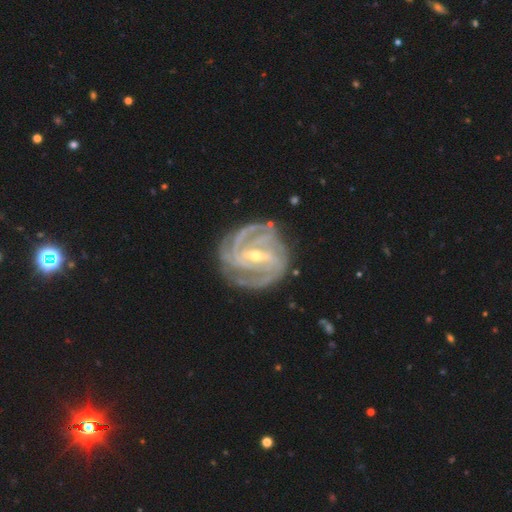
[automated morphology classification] Overall: featured or disk (92%). Edge-on disk: no (97%). Bar: strong (57%; weak 34%). Spiral arms: yes (98%). Spiral arm count: 3 (34%; 4 24%). Spiral winding: tight (67%; medium 29%). Bulge size: small (58%; moderate 39%). Merging: none (79%).